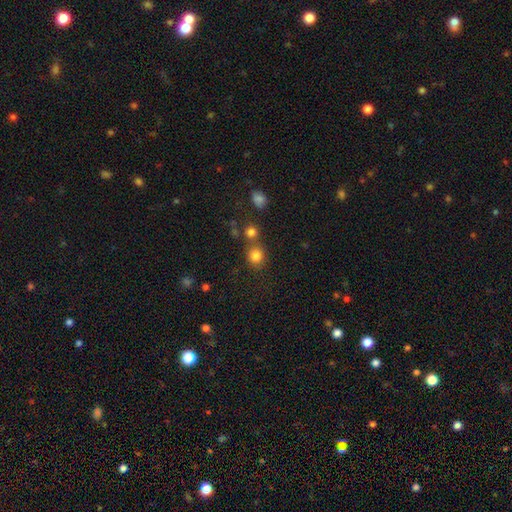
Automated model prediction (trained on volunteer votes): This is clearly a smooth galaxy (82%). How rounded: clearly round (86%). Merging: likely none (66%).